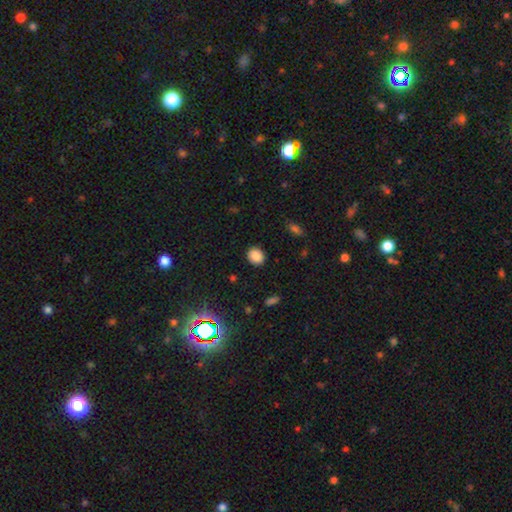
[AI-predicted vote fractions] Smooth or featured? smooth (86%)
How rounded? round (62%)
Merging? none (89%)